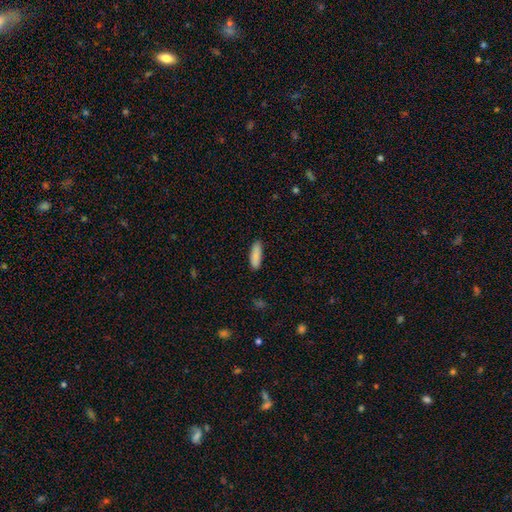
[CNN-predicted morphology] type=smooth (88%); roundness=cigar-shaped (49%, tied with in between); merging=none (88%).